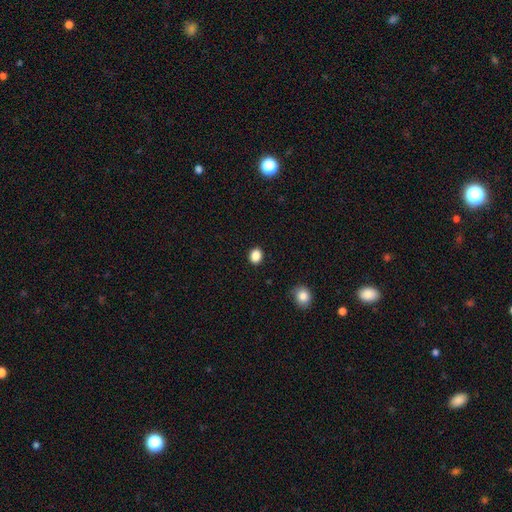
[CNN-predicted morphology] smooth_or_featured: smooth (p=0.87) [alt: star or artifact p=0.10]
how_rounded: round (p=0.58) [alt: in between p=0.41]
merging: none (p=0.90) [alt: minor disturbance p=0.07]